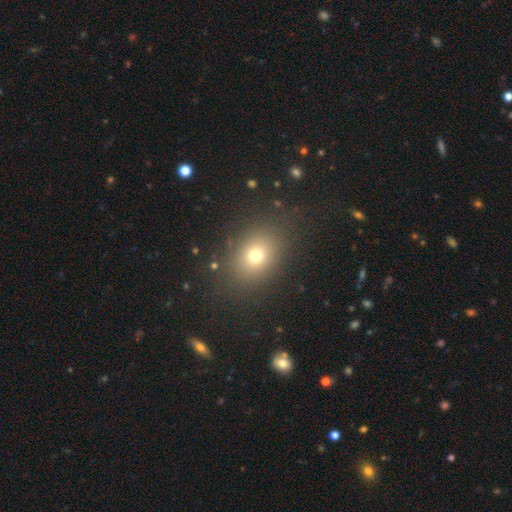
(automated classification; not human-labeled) Q: Smooth or featured?
A: smooth (71%); runner-up: star or artifact (18%)
Q: How rounded?
A: in between (53%); runner-up: round (46%)
Q: Merging?
A: none (84%); runner-up: minor disturbance (10%)